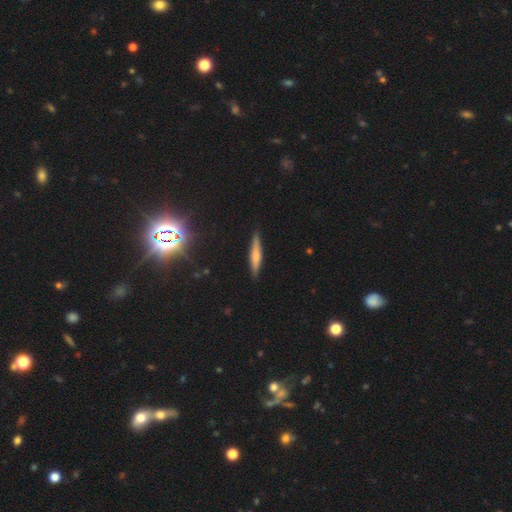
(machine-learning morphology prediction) Smooth or featured: smooth — 53% (featured or disk — 39%)
How rounded: cigar-shaped — 90% (in between — 8%)
Merging: none — 89% (minor disturbance — 8%)